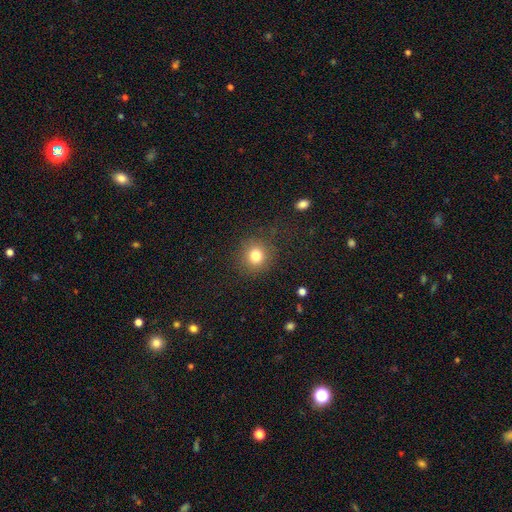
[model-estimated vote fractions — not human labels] Smooth or featured: smooth — 80% (star or artifact — 13%)
How rounded: round — 88% (in between — 11%)
Merging: none — 85% (minor disturbance — 9%)